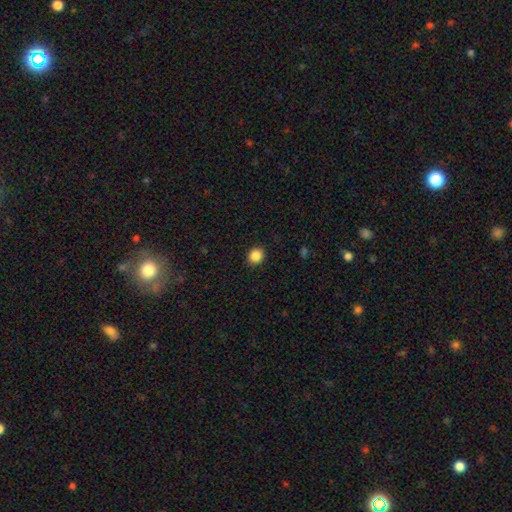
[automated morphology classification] smooth 87%, star or artifact 10%, featured or disk 3%. Down the decision tree: how rounded — round (84%); merging — none (91%).